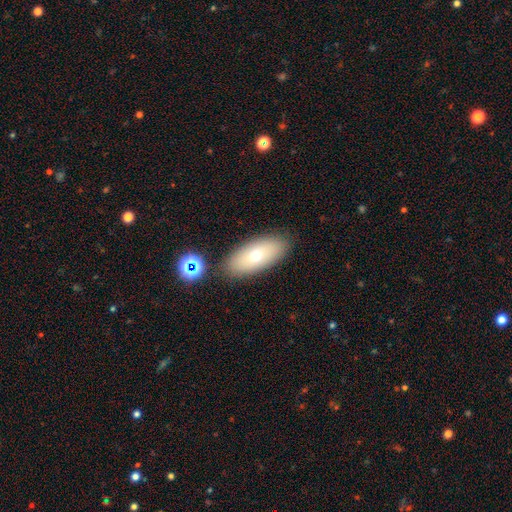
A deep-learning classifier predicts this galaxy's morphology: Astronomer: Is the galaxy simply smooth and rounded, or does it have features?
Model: smooth — 66%.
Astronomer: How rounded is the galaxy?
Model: in between — 84%.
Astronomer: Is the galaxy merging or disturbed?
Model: none — 86%.